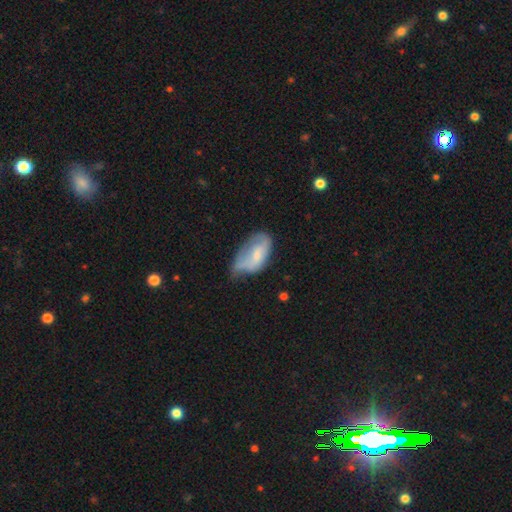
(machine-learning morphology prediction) type=smooth (54%); roundness=in between (93%); merging=minor disturbance (42%).